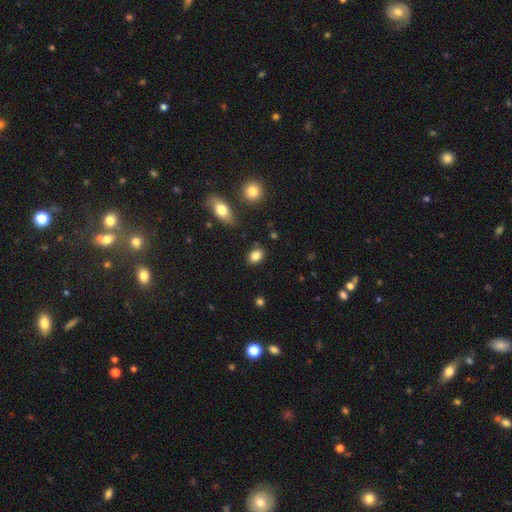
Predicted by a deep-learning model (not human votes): A smooth galaxy with no disk features (84%) that is in between round and cigar-shaped (70%). Merging: none (85%).